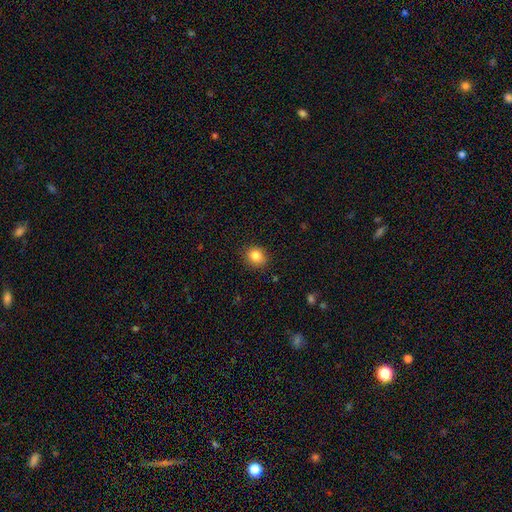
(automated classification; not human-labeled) A smooth galaxy with no disk features (84%) that is round (74%). Merging: none (89%).